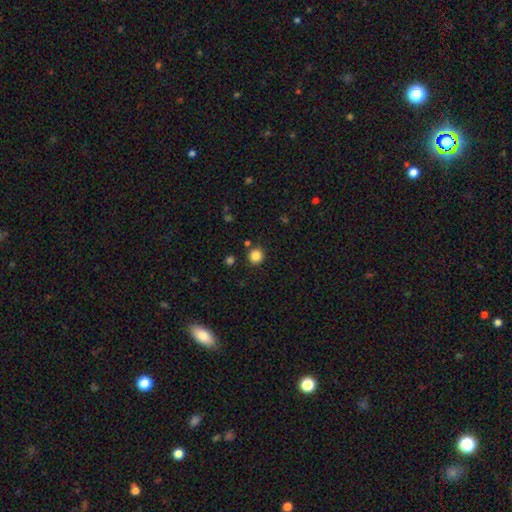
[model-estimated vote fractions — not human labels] A smooth galaxy with no disk features (84%) that is round (93%). Merging: none (89%).